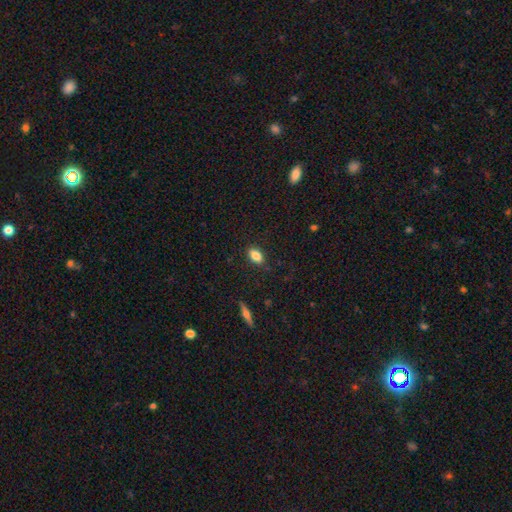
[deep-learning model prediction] smooth_or_featured: smooth (p=0.83) [alt: star or artifact p=0.09]
how_rounded: in between (p=0.86) [alt: round p=0.10]
merging: none (p=0.86) [alt: minor disturbance p=0.11]